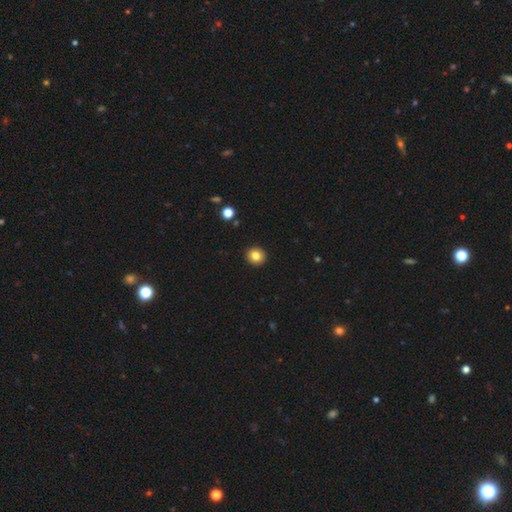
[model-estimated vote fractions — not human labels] This is clearly a smooth galaxy (83%). How rounded: clearly round (91%). Merging: clearly none (93%).